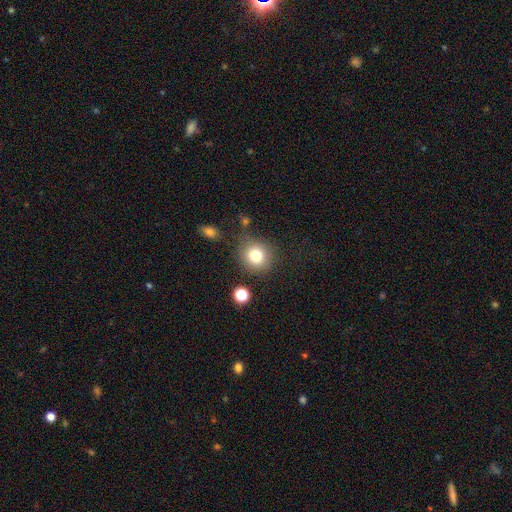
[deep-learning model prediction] Smooth or featured: smooth — 78% (star or artifact — 12%)
How rounded: round — 88% (in between — 11%)
Merging: none — 79% (minor disturbance — 12%)